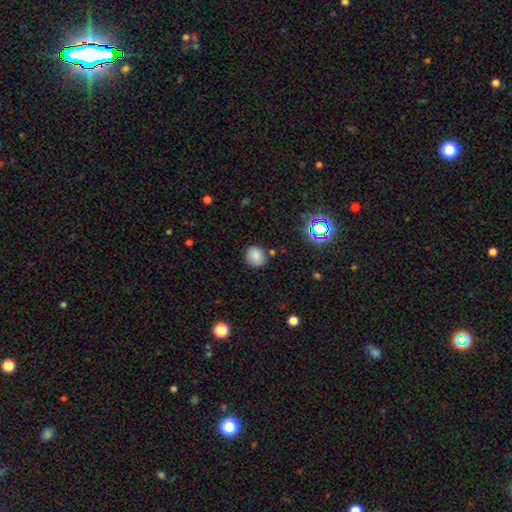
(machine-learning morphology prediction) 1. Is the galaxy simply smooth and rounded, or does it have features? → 81% smooth, 13% star or artifact, 6% featured or disk.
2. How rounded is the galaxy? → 79% round, 20% in between, 1% cigar-shaped.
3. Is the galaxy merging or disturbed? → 84% none, 10% minor disturbance, 3% merger, 3% major disturbance.